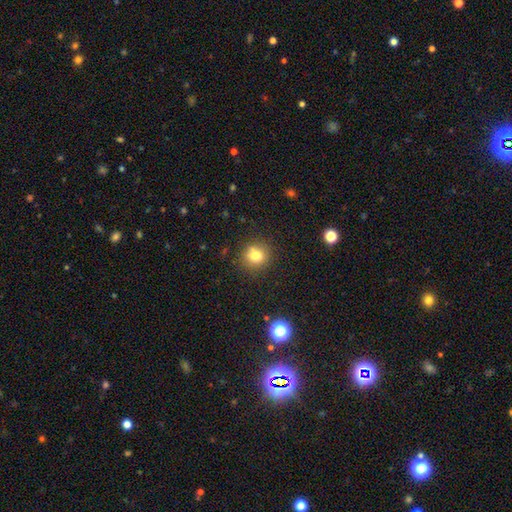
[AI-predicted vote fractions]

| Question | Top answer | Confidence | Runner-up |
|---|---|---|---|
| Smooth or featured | smooth | 76% | star or artifact (14%) |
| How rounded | round | 87% | in between (12%) |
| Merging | none | 81% | minor disturbance (11%) |